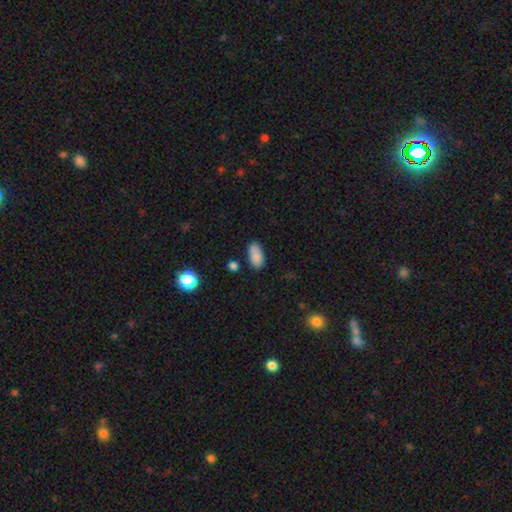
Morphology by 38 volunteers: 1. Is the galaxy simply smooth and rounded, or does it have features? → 89% smooth, 8% star or artifact, 3% featured or disk.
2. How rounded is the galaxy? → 82% in between, 15% cigar-shaped, 3% round.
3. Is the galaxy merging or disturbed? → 66% none, 17% merger, 14% minor disturbance, 3% major disturbance.